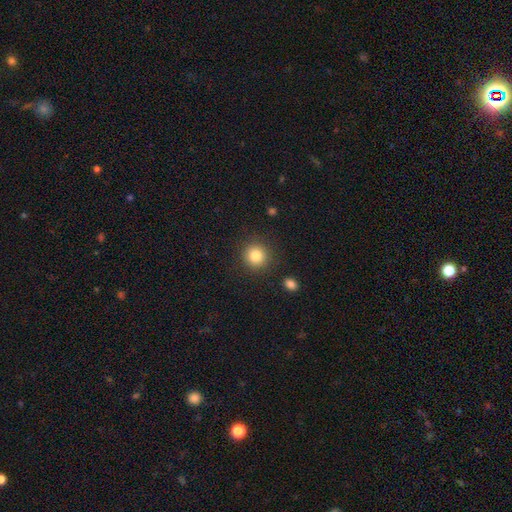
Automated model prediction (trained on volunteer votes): A smooth galaxy with no disk features (83%) that is round (92%).

Vote fractions:
- Smooth or featured? smooth: 83% / star or artifact: 10% / featured or disk: 7%
- How rounded? round: 92% / in between: 7% / cigar-shaped: 1%
- Merging? none: 89% / minor disturbance: 7% / major disturbance: 3% / merger: 2%